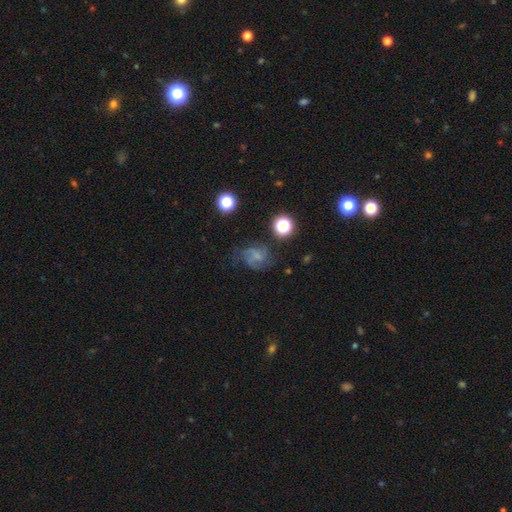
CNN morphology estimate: smooth_or_featured: featured or disk (p=0.54) [alt: smooth p=0.29]
disk_edge_on: no (p=0.97) [alt: yes p=0.03]
bar: no (p=0.56) [alt: weak p=0.36]
has_spiral_arms: yes (p=0.85) [alt: no p=0.15]
bulge_size: none (p=0.43) [alt: small p=0.33]
merging: none (p=0.53) [alt: minor disturbance p=0.24]